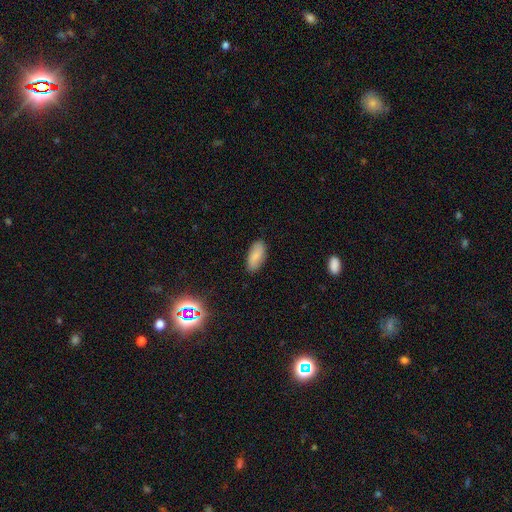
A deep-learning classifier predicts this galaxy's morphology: A smooth galaxy with no disk features (81%) that is in between round and cigar-shaped (90%). Merging: none (86%).